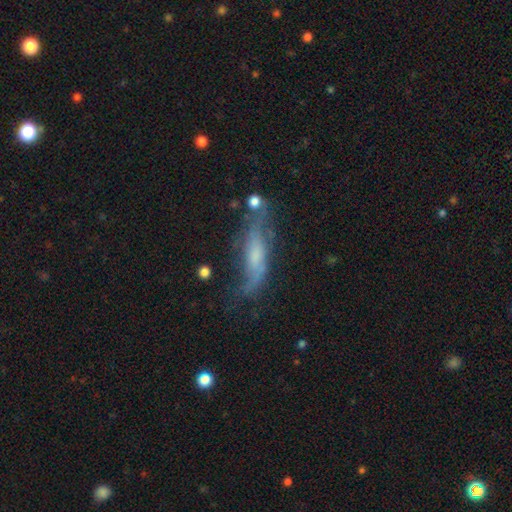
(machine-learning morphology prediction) A featured or disk galaxy (61%).

Vote fractions:
- Smooth or featured? featured or disk: 61% / smooth: 30% / star or artifact: 9%
- Edge-on disk? no: 61% / yes: 39%
- Merging? none: 48% / minor disturbance: 27% / major disturbance: 19% / merger: 7%